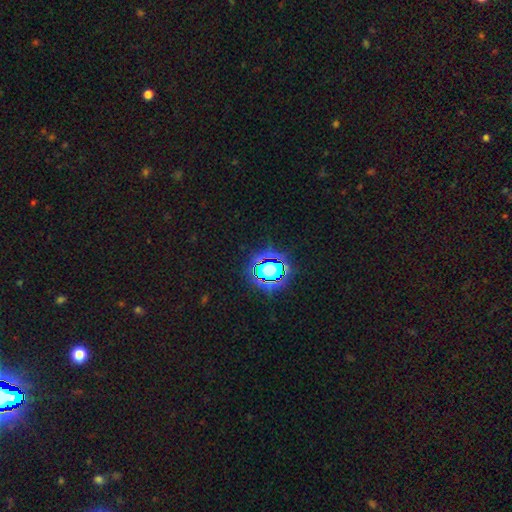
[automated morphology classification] This appears to be a star or artifact, not a galaxy (81%).